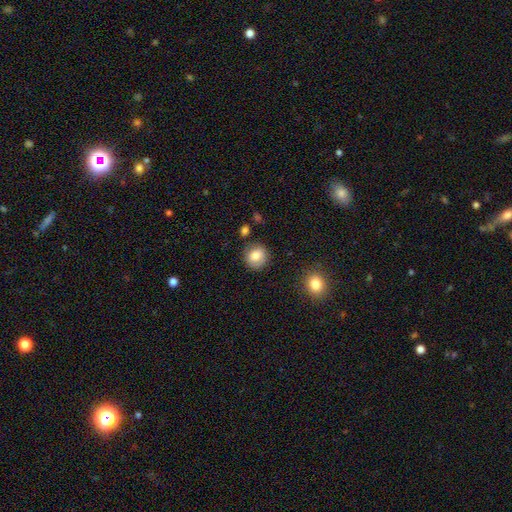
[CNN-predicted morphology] type=smooth (82%); roundness=round (88%); merging=none (84%).